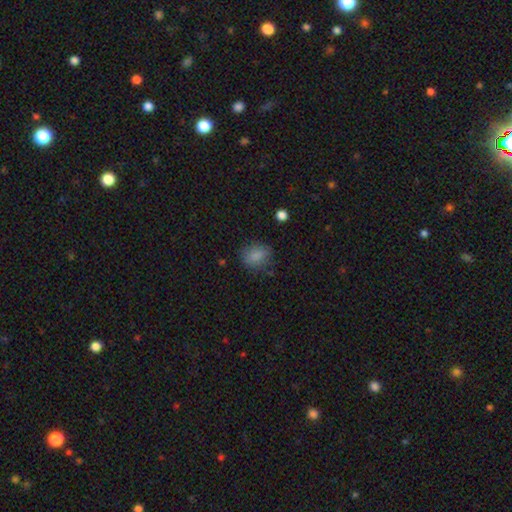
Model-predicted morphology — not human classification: The model was most divided on "how rounded": in between: 51%, round: 47%, cigar-shaped: 1%. More confident: smooth or featured — smooth (83%); merging — none (74%).